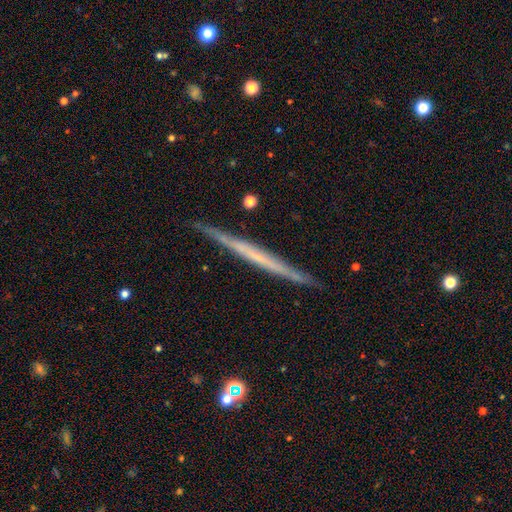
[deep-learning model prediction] This appears to be a featured or disk galaxy (63%) viewed edge-on (97%) with no central bulge (87%). Merging: none (90%).